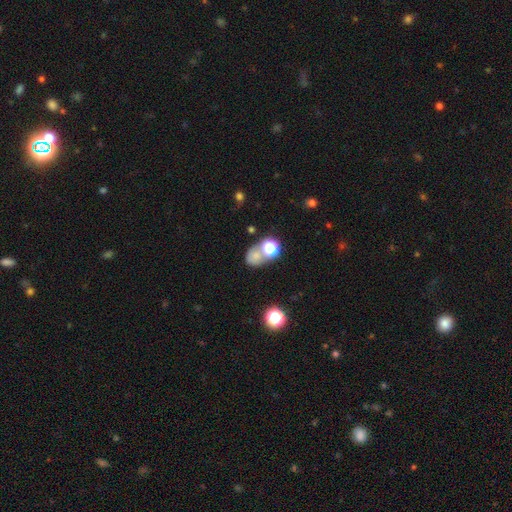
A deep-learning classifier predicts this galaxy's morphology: This is likely a smooth galaxy (65%). How rounded: possibly round (55%). Merging: marginally none (41%).